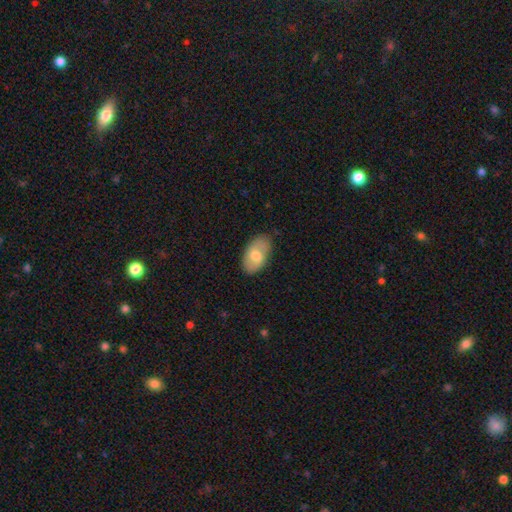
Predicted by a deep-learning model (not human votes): Overall: smooth (67%). How rounded: in between (94%). Merging: none (78%).